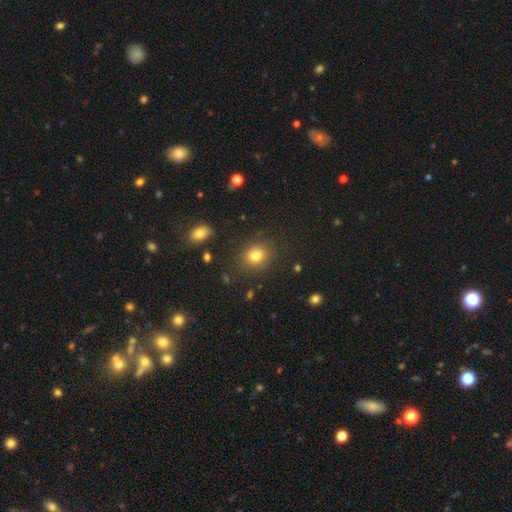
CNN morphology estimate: smooth 81%, star or artifact 12%, featured or disk 7%. Down the decision tree: how rounded — round (69%); merging — none (83%).